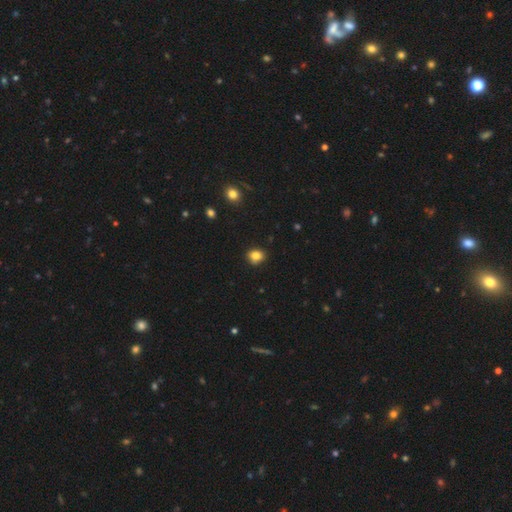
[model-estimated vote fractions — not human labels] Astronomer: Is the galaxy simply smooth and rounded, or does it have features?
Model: smooth — 83%.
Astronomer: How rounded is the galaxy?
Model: round — 62% (runner-up: in between, 37%).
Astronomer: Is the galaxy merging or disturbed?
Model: none — 81%.